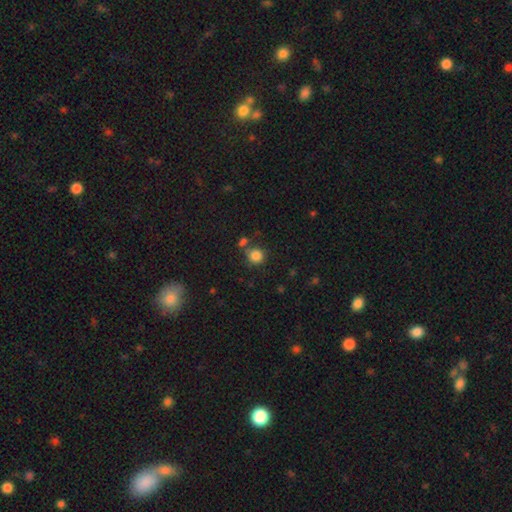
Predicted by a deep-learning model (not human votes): Overall: smooth (84%). How rounded: round (89%). Merging: none (71%).